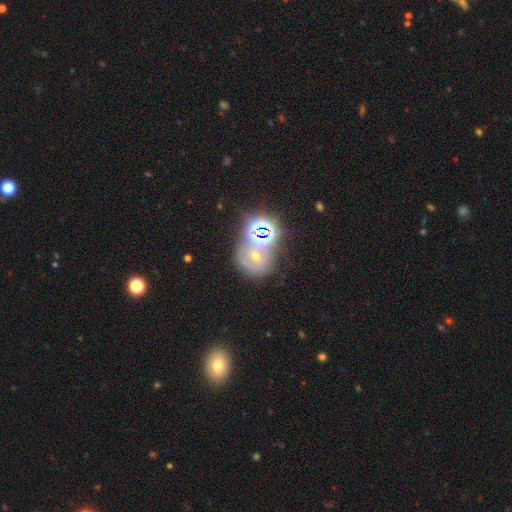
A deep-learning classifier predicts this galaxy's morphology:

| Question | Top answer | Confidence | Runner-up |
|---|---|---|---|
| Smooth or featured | star or artifact | 38% | smooth (33%) |